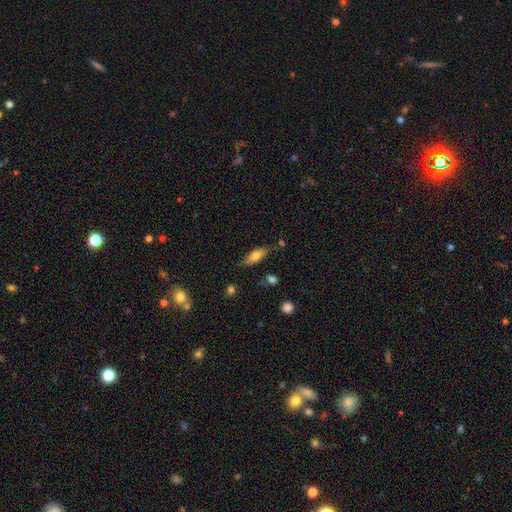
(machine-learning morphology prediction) The model was most divided on "how rounded": in between: 68%, cigar-shaped: 29%, round: 3%. More confident: merging — none (74%); smooth or featured — smooth (71%).